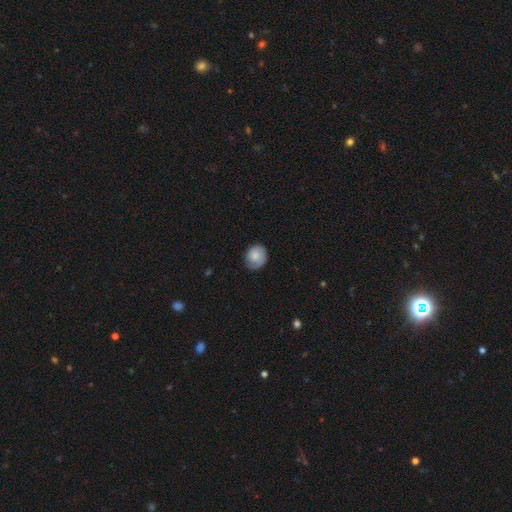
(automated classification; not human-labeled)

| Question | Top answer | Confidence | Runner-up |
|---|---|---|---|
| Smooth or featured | smooth | 65% | featured or disk (28%) |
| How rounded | round | 69% | in between (30%) |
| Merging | none | 70% | minor disturbance (21%) |